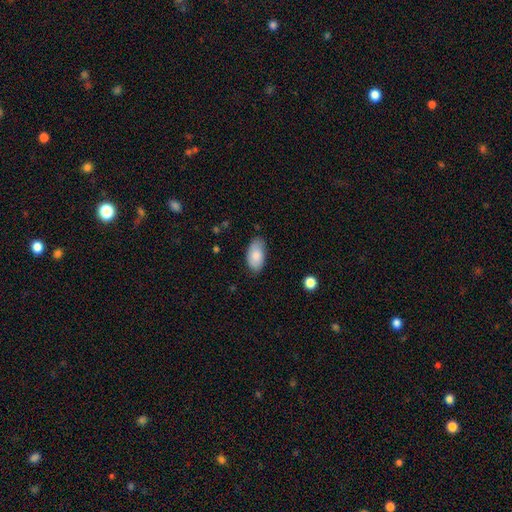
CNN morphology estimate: smooth 81%, featured or disk 12%, star or artifact 6%. Down the decision tree: how rounded — in between (95%); merging — none (75%).